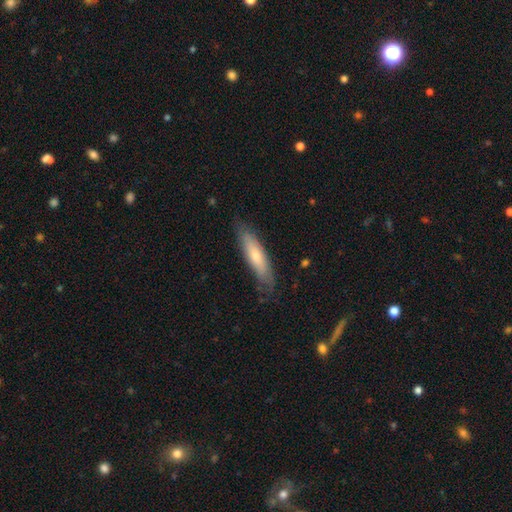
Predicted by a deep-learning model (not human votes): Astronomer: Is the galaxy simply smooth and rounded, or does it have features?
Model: smooth — 65%.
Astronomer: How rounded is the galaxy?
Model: cigar-shaped — 72%.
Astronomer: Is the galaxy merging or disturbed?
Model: none — 76%.